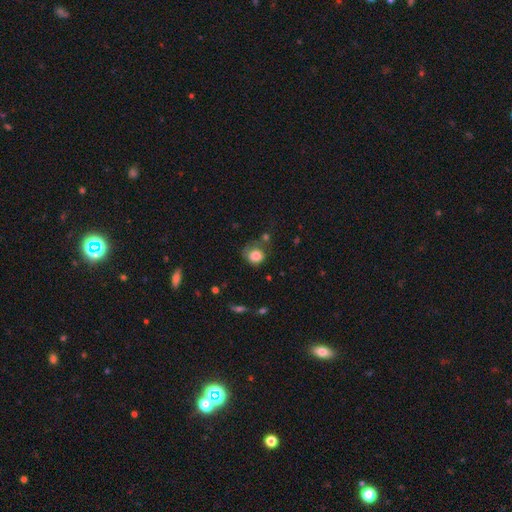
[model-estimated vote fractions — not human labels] Smooth or featured? Predicted: smooth (p=0.81). How rounded? Predicted: round (p=0.75). Merging? Predicted: none (p=0.48).